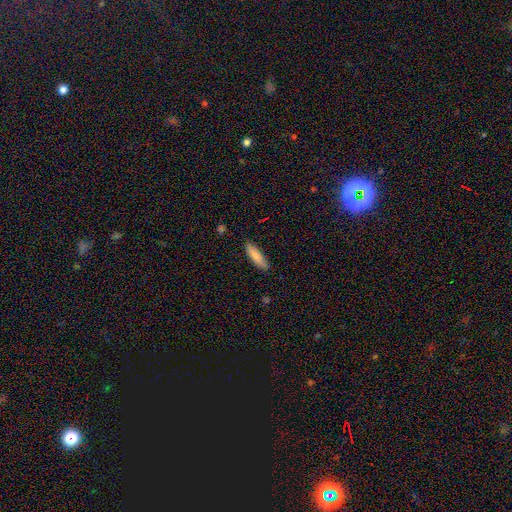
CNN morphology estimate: smooth 84%, featured or disk 10%, star or artifact 6%. Down the decision tree: how rounded — cigar-shaped (65%); merging — none (85%).